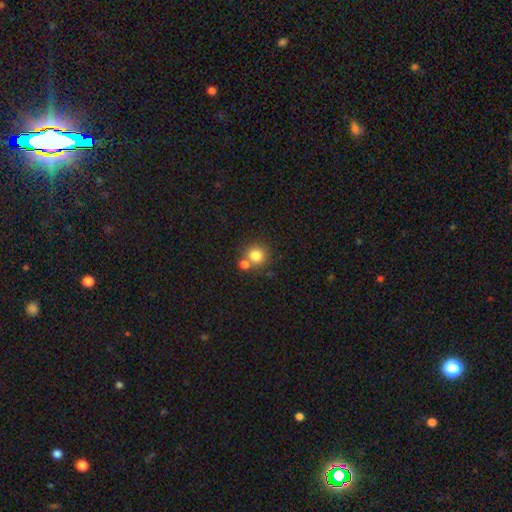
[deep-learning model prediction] Smooth or featured? smooth (81%)
How rounded? round (91%)
Merging? none (61%)